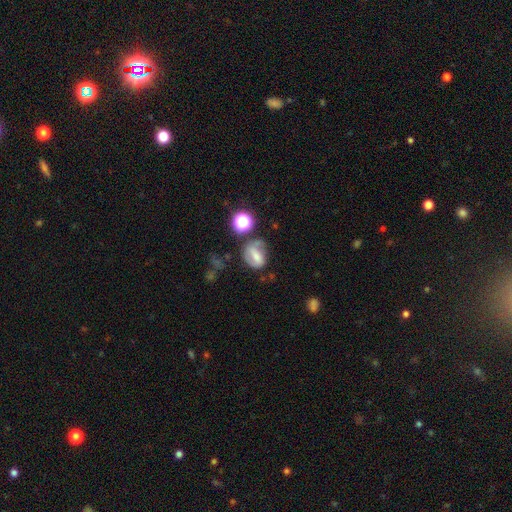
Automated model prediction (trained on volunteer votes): smooth_or_featured: smooth (p=0.46) [alt: featured or disk p=0.40]
merging: none (p=0.49) [alt: minor disturbance p=0.25]